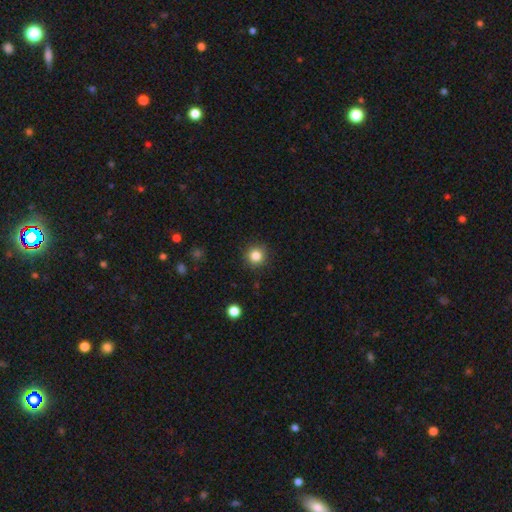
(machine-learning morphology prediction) A smooth galaxy with no disk features (83%) that is round (95%). Merging: none (90%).